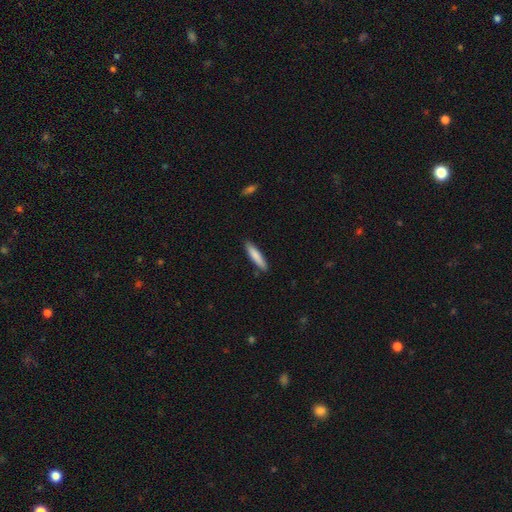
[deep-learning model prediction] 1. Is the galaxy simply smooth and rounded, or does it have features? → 81% smooth, 13% featured or disk, 5% star or artifact.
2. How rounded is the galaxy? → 86% cigar-shaped, 13% in between, 1% round.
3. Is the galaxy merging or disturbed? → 87% none, 10% minor disturbance, 2% major disturbance, 1% merger.